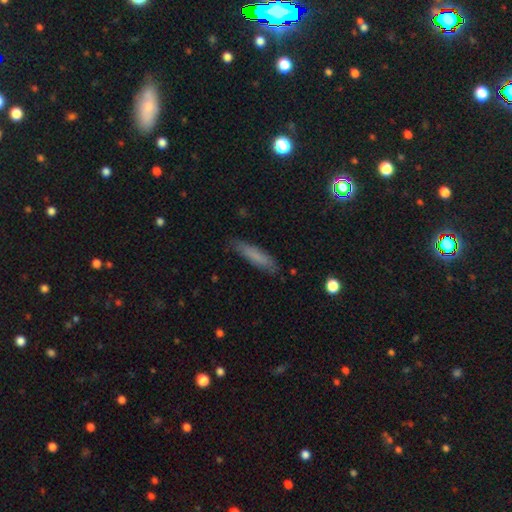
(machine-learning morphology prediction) smooth_or_featured: smooth (p=0.74) [alt: featured or disk p=0.18]
how_rounded: cigar-shaped (p=0.79) [alt: in between p=0.19]
merging: none (p=0.81) [alt: minor disturbance p=0.14]